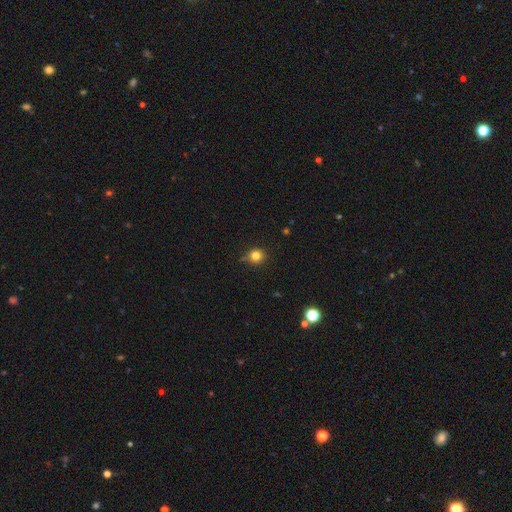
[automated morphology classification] smooth_or_featured: smooth (p=0.81) [alt: star or artifact p=0.13]
how_rounded: round (p=0.88) [alt: in between p=0.11]
merging: none (p=0.79) [alt: minor disturbance p=0.16]